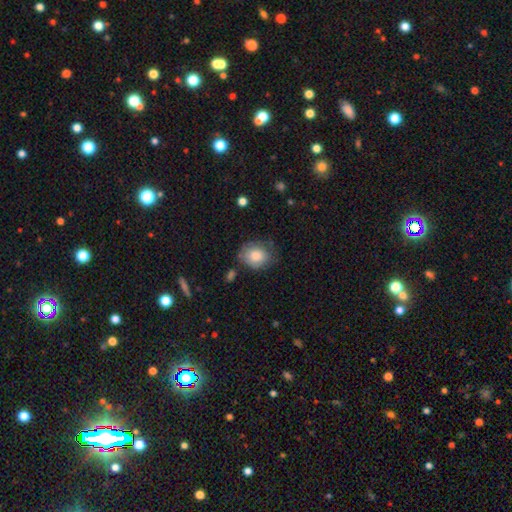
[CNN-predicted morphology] Smooth or featured? smooth (78%)
How rounded? round (52%)
Merging? none (64%)